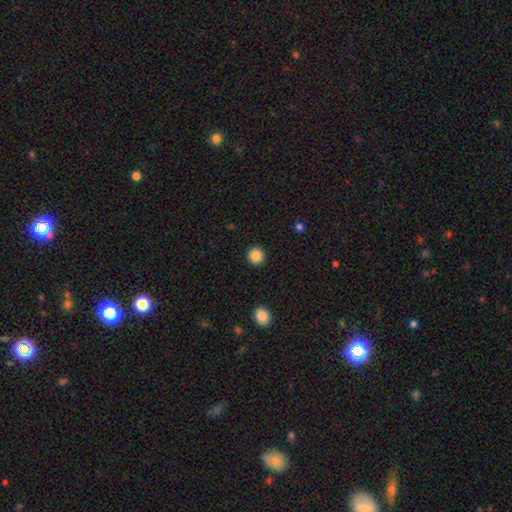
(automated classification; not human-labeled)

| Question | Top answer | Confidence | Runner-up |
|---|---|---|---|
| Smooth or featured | smooth | 87% | star or artifact (10%) |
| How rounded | round | 96% | in between (3%) |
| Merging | none | 93% | minor disturbance (4%) |